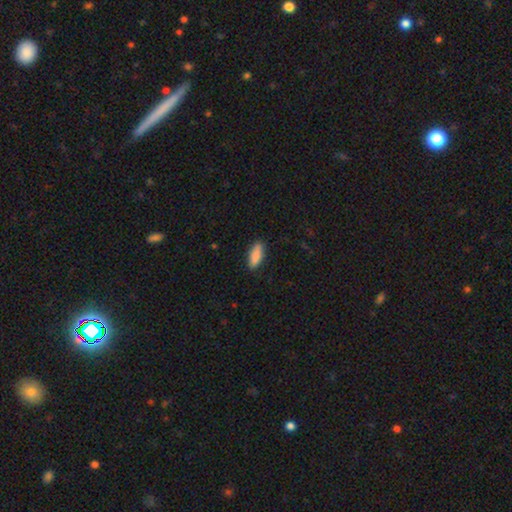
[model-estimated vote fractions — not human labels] The model was most divided on "how rounded": in between: 66%, cigar-shaped: 32%, round: 2%. More confident: smooth or featured — smooth (88%); merging — none (87%).